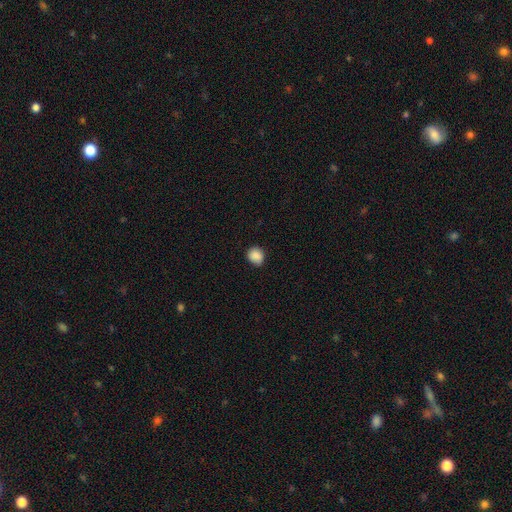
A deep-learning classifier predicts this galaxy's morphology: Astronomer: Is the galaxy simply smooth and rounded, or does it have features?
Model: smooth — 88%.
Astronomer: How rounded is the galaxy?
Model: round — 79%.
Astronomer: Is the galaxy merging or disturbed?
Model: none — 81%.